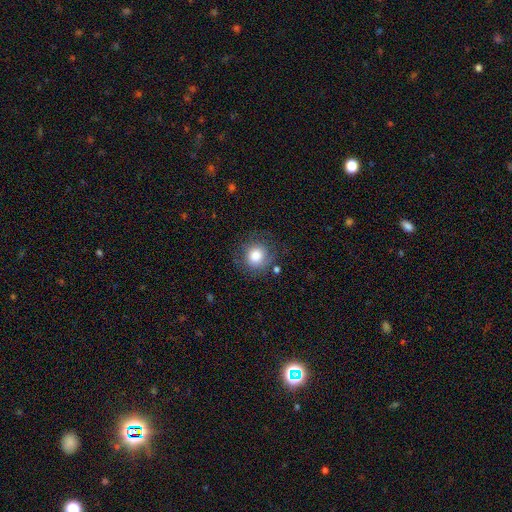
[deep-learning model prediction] smooth_or_featured: smooth (p=0.78) [alt: featured or disk p=0.13]
how_rounded: round (p=0.88) [alt: in between p=0.11]
merging: none (p=0.75) [alt: minor disturbance p=0.15]